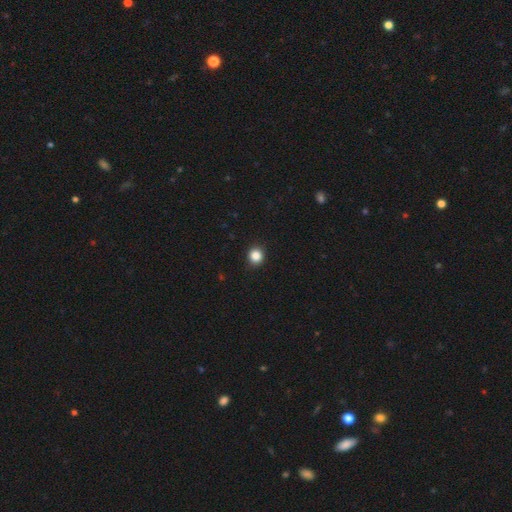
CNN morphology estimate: Smooth or featured? smooth (86%)
How rounded? round (90%)
Merging? none (92%)